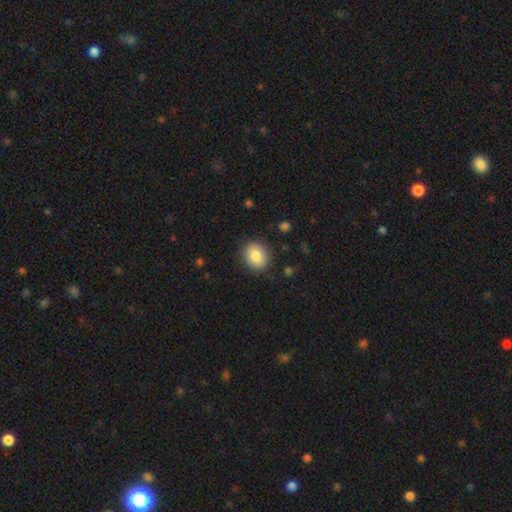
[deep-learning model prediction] Smooth or featured: smooth — 85% (star or artifact — 8%)
How rounded: round — 64% (in between — 35%)
Merging: none — 87% (minor disturbance — 9%)